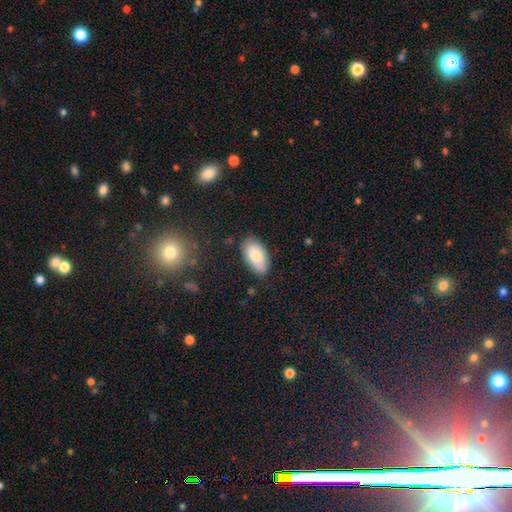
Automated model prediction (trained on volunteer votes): A smooth galaxy with no disk features (82%) that is in between round and cigar-shaped (94%).

Vote fractions:
- Smooth or featured? smooth: 82% / featured or disk: 12% / star or artifact: 7%
- How rounded? in between: 94% / round: 3% / cigar-shaped: 3%
- Merging? none: 82% / minor disturbance: 13% / major disturbance: 3% / merger: 2%